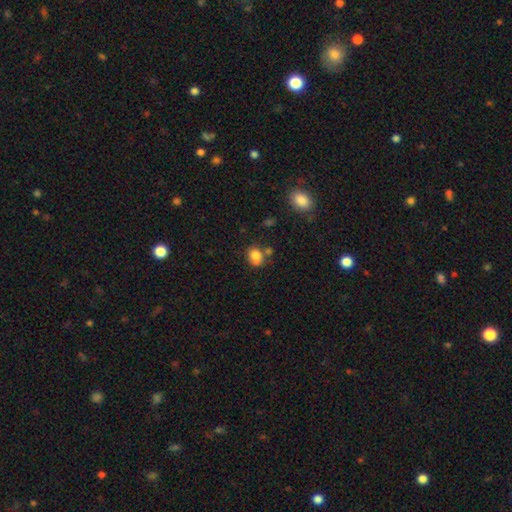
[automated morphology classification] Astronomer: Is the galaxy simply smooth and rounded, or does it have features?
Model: smooth — 81%.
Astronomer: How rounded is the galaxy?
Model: round — 52% (runner-up: in between, 47%).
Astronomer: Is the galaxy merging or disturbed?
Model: none — 58%.